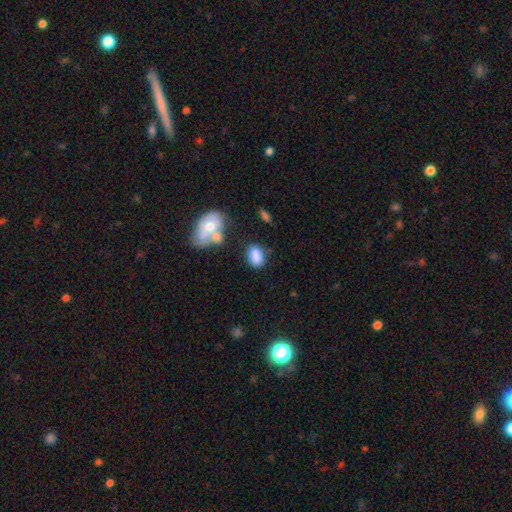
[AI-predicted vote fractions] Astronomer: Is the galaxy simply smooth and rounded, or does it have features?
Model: smooth — 83%.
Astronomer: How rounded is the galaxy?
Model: in between — 85%.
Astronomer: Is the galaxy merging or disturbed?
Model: none — 64%.